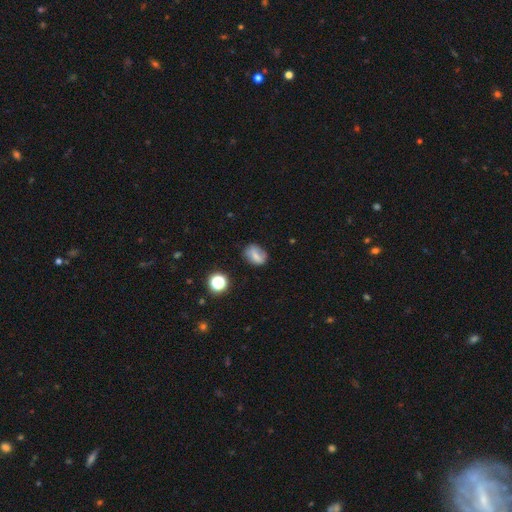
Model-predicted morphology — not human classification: Smooth or featured? Predicted: smooth (p=0.64). How rounded? Predicted: in between (p=0.68). Merging? Predicted: none (p=0.66).